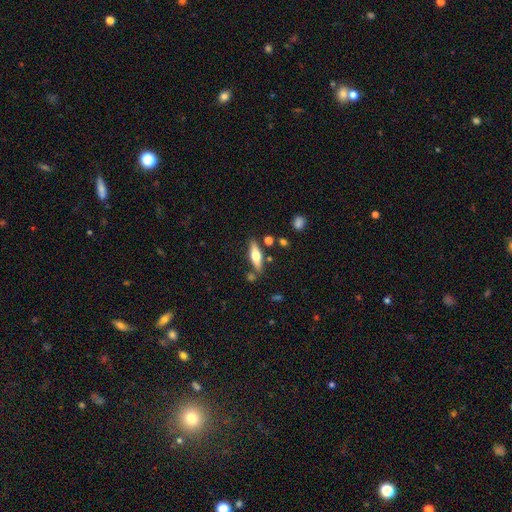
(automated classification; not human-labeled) A smooth galaxy with no disk features (49%).

Vote fractions:
- Smooth or featured? smooth: 49% / featured or disk: 45% / star or artifact: 6%
- Merging? none: 78% / minor disturbance: 12% / merger: 7% / major disturbance: 3%